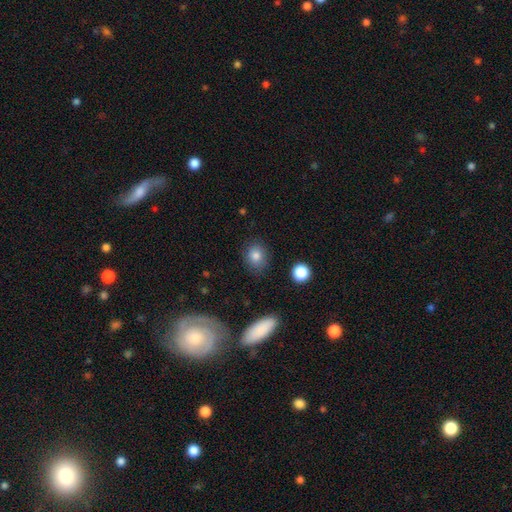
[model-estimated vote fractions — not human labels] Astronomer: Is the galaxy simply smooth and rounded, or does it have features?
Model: smooth — 83%.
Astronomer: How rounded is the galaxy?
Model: round — 68%.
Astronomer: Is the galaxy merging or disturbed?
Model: none — 82%.